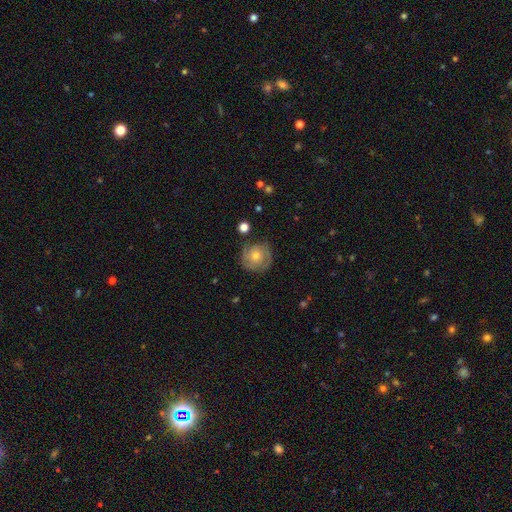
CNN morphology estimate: A featured or disk galaxy (60%) with no bar (82%), spiral arms (84%) and a moderate central bulge (55%).

Vote fractions:
- Smooth or featured? featured or disk: 60% / smooth: 32% / star or artifact: 9%
- Edge-on disk? no: 97% / yes: 3%
- Bar? no: 82% / weak: 15% / strong: 3%
- Spiral arms? yes: 84% / no: 16%
- Bulge size? moderate: 55% / small: 40% / large: 2% / none: 2% / dominant: 1%
- Merging? none: 77% / minor disturbance: 16% / major disturbance: 5% / merger: 2%